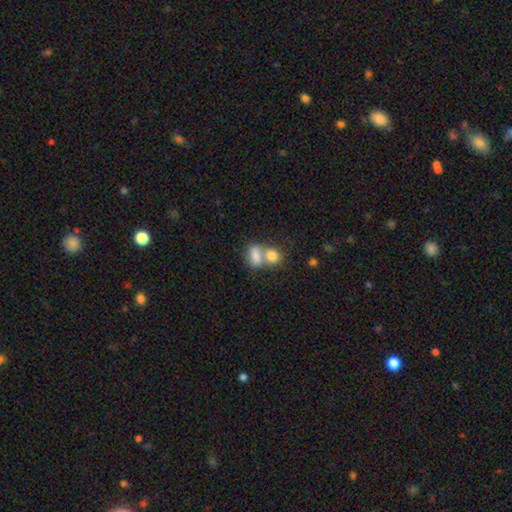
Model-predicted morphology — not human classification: smooth-or-featured: smooth: 80% | featured or disk: 12% | star or artifact: 9%
  how-rounded: in between: 72% | round: 25% | cigar-shaped: 3%
  merging: merger: 61% | none: 26% | minor disturbance: 8% | major disturbance: 5%